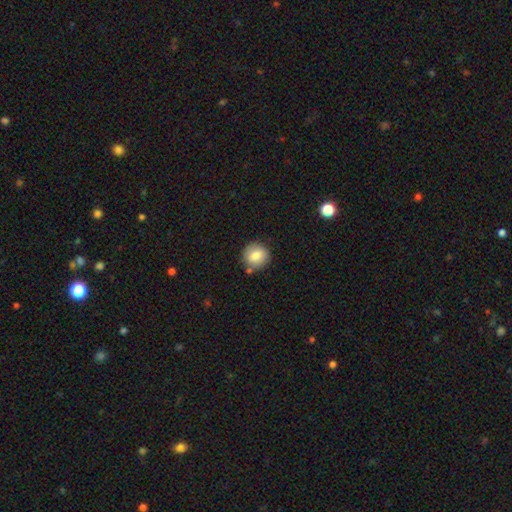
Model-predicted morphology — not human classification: A smooth galaxy with no disk features (82%) that is round (89%). Merging: none (79%).